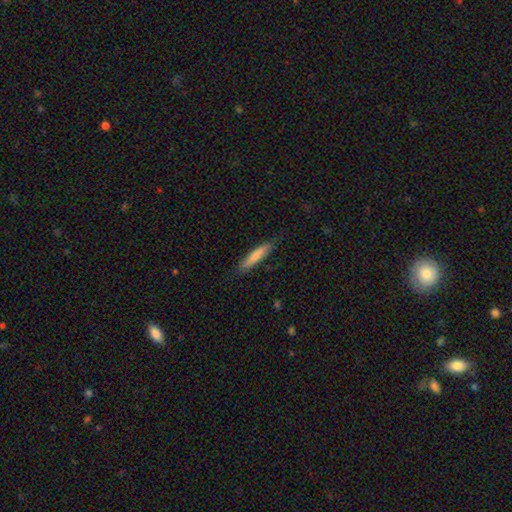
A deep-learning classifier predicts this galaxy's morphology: smooth-or-featured: smooth: 77% | featured or disk: 17% | star or artifact: 6%
  how-rounded: cigar-shaped: 88% | in between: 11% | round: 1%
  merging: none: 83% | minor disturbance: 13% | major disturbance: 2% | merger: 1%